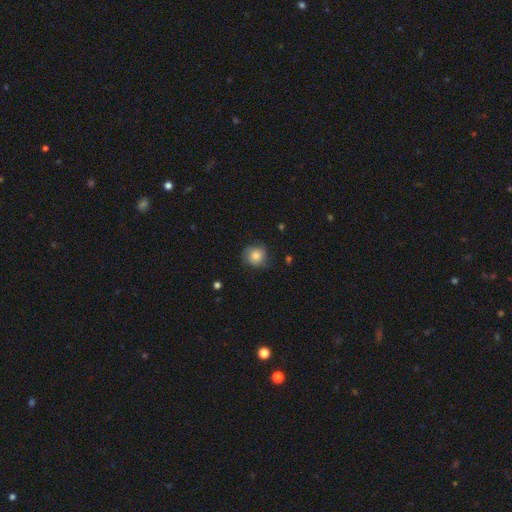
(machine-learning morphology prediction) smooth 76%, featured or disk 15%, star or artifact 9%. Down the decision tree: how rounded — round (89%); merging — none (75%).